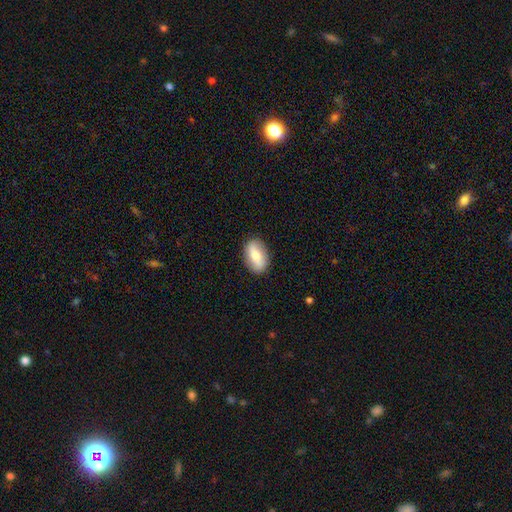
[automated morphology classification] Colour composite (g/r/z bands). It shows a smooth galaxy with no disk features (64%) that is in between round and cigar-shaped (88%). Merging: none (87%).